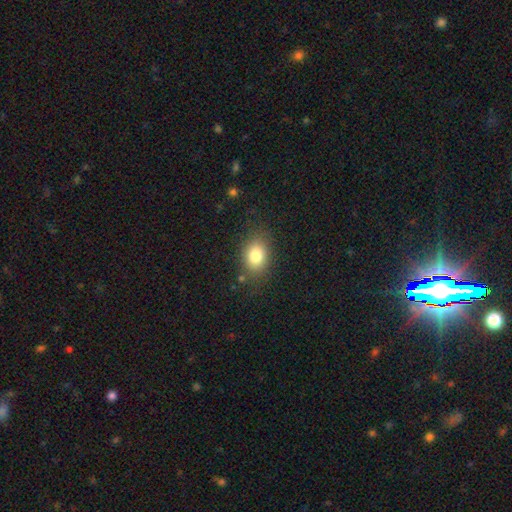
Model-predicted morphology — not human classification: smooth_or_featured: smooth (p=0.81) [alt: star or artifact p=0.10]
how_rounded: in between (p=0.69) [alt: round p=0.30]
merging: none (p=0.80) [alt: minor disturbance p=0.13]